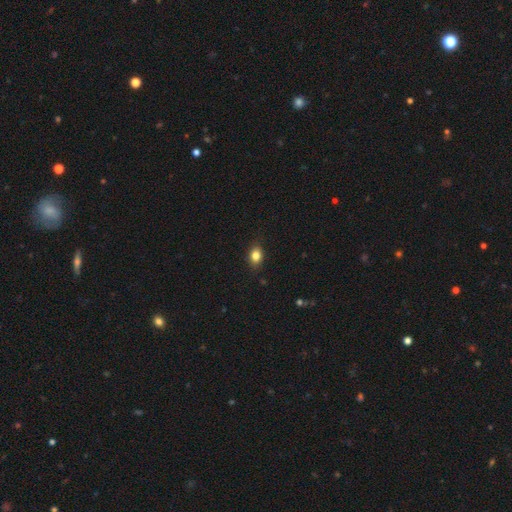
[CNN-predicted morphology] smooth 83%, star or artifact 10%, featured or disk 7%. Down the decision tree: how rounded — in between (68%); merging — none (85%).